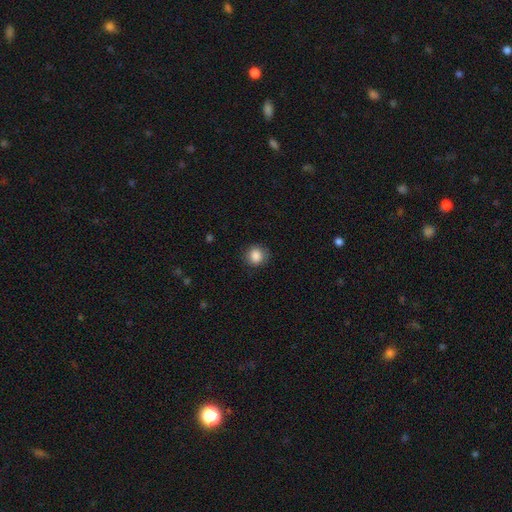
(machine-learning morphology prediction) type=smooth (87%); roundness=round (87%); merging=none (84%).